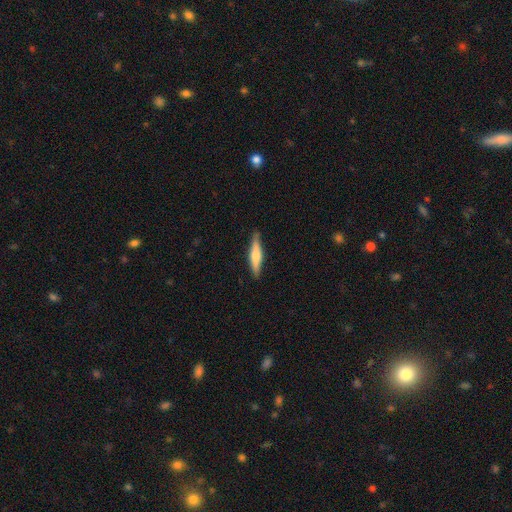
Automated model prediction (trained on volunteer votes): Smooth or featured?
  - smooth: 50% *
  - featured or disk: 44%
  - star or artifact: 6%
How rounded?
  - cigar-shaped: 84% *
  - in between: 14%
  - round: 2%
Merging?
  - none: 88% *
  - minor disturbance: 10%
  - major disturbance: 2%
  - merger: 1%